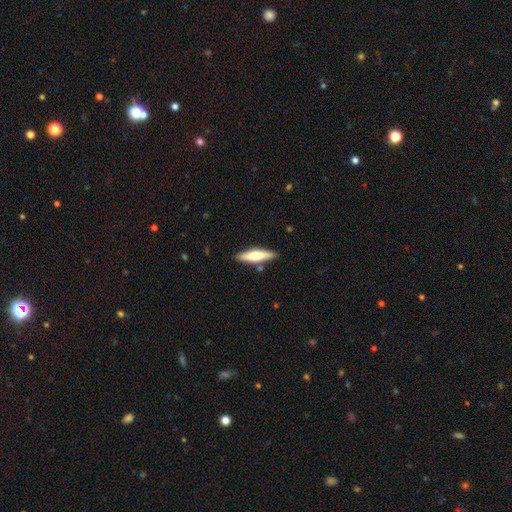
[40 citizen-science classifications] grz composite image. It shows a smooth galaxy with no disk features (50%) that is cigar-shaped (75%). Merging: none (89%).